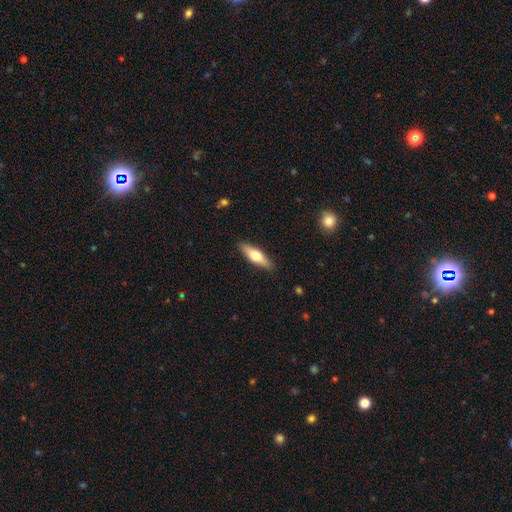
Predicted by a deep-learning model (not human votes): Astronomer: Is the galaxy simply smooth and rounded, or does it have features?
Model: smooth — 56% (runner-up: featured or disk, 38%).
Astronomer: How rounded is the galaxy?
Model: cigar-shaped — 53% (runner-up: in between, 45%).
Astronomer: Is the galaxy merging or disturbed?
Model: none — 89%.